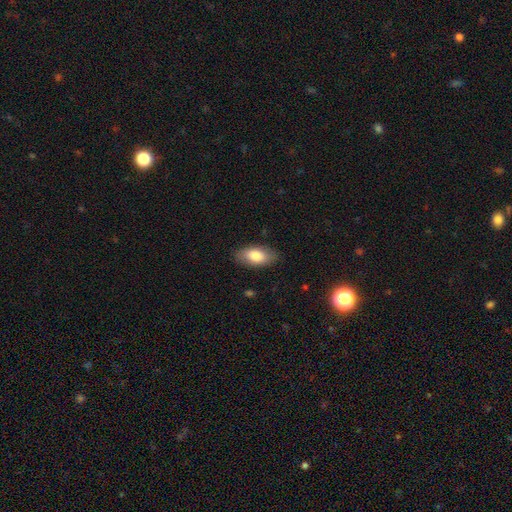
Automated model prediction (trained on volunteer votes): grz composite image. It shows a smooth galaxy with no disk features (80%) that is in between round and cigar-shaped (91%). Merging: none (86%).